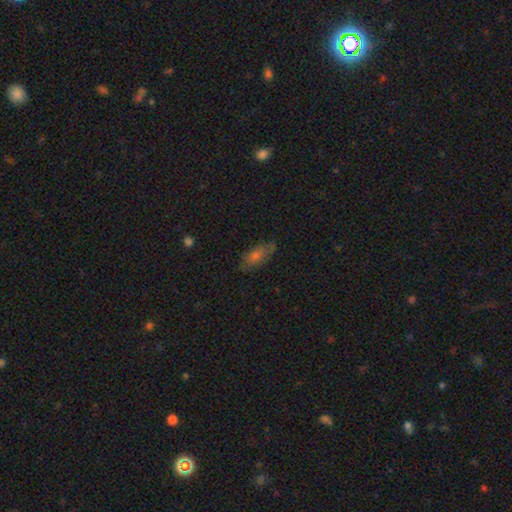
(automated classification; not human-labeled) The model was most divided on "smooth or featured": smooth: 59%, featured or disk: 28%, star or artifact: 13%. More confident: how rounded — in between (75%); merging — none (71%).